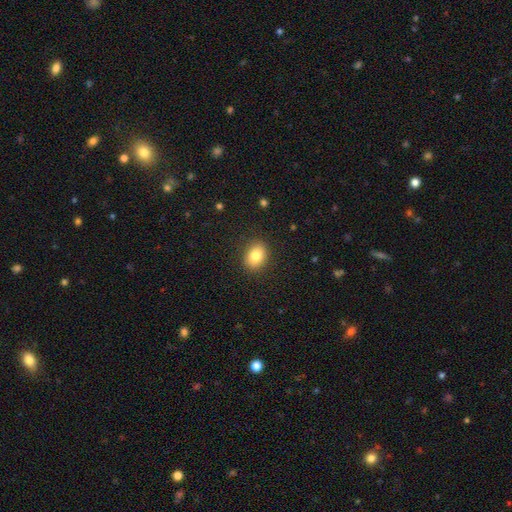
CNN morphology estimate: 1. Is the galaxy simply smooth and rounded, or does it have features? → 82% smooth, 9% star or artifact, 8% featured or disk.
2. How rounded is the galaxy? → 62% in between, 37% round, 1% cigar-shaped.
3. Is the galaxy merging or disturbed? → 89% none, 8% minor disturbance, 2% major disturbance, 1% merger.